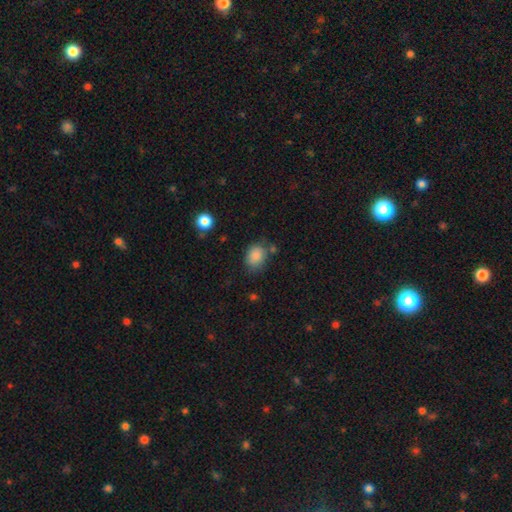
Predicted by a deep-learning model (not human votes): A smooth galaxy with no disk features (86%) that is in between round and cigar-shaped (61%). Merging: none (69%).